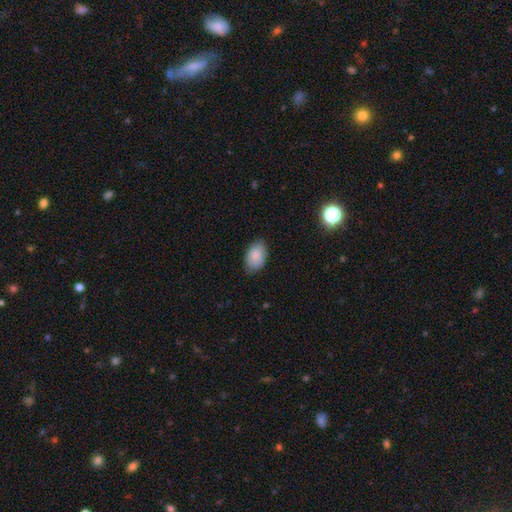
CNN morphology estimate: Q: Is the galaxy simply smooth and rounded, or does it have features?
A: smooth — 87%.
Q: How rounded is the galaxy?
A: in between — 91%.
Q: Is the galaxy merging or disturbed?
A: none — 80%.